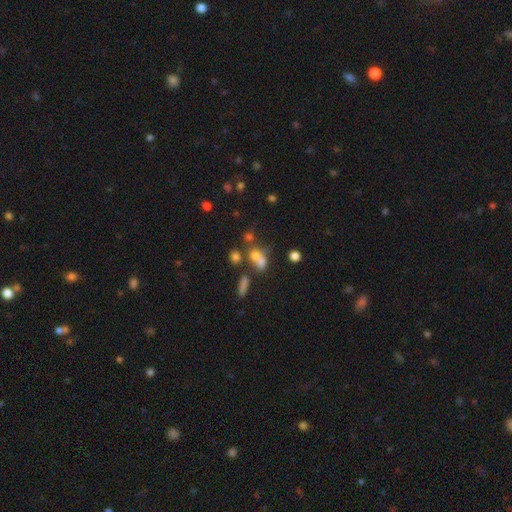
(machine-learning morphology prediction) Overall: smooth (62%). How rounded: round (53%; in between 42%). Merging: merger (46%; none 35%).